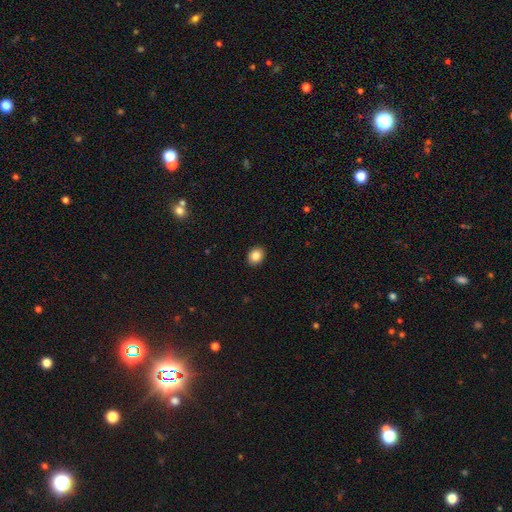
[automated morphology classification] smooth 85%, star or artifact 9%, featured or disk 6%. Down the decision tree: how rounded — round (56%); merging — none (91%).